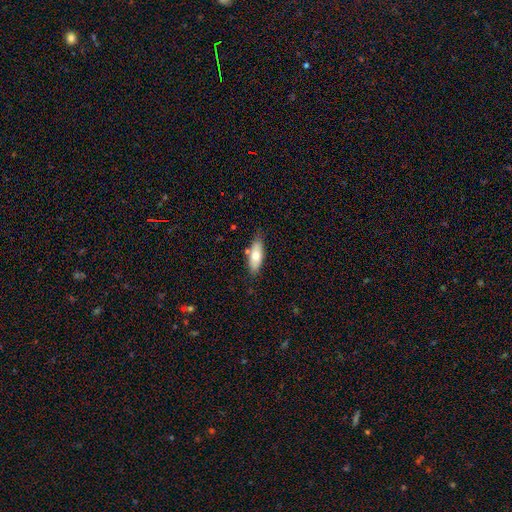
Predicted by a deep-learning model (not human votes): smooth-or-featured: smooth: 68% | featured or disk: 25% | star or artifact: 6%
  how-rounded: in between: 74% | cigar-shaped: 23% | round: 3%
  merging: none: 75% | minor disturbance: 17% | merger: 5% | major disturbance: 3%